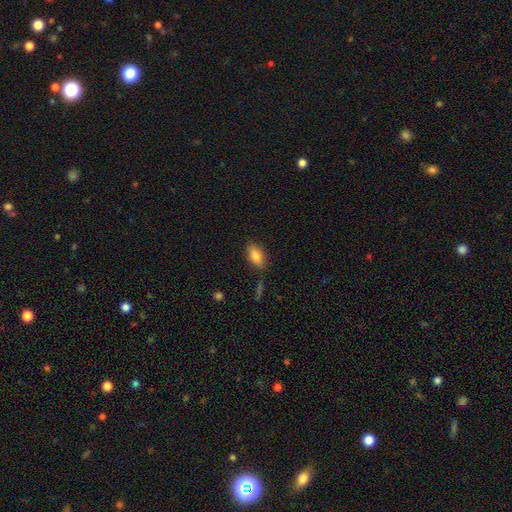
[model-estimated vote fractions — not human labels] A smooth galaxy with no disk features (82%) that is in between round and cigar-shaped (88%). Merging: none (80%).